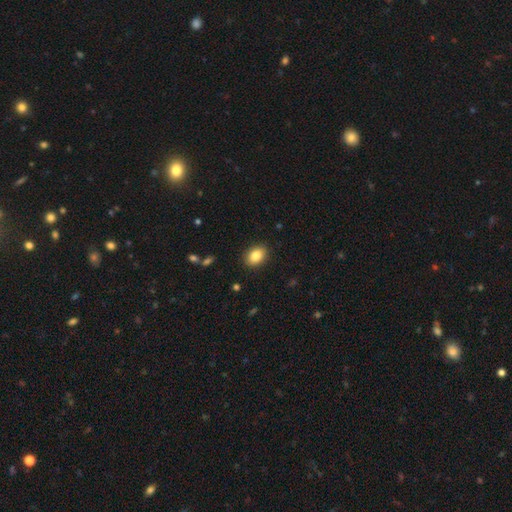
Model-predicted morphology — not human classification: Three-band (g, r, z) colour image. It shows a smooth galaxy with no disk features (85%) that is in between round and cigar-shaped (77%). Merging: none (89%).